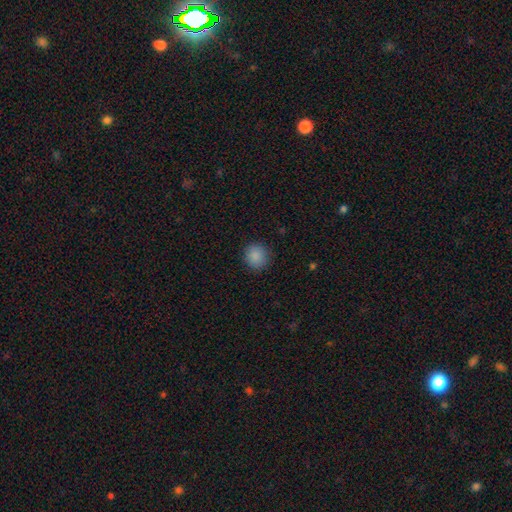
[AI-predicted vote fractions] Overall: smooth (87%). How rounded: round (90%). Merging: none (89%).